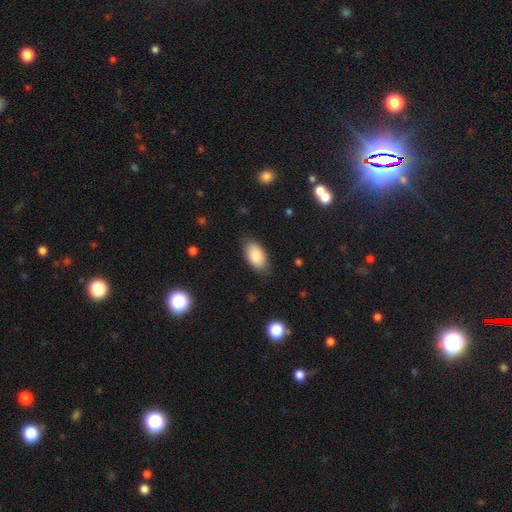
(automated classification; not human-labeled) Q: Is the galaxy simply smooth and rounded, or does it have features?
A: smooth — 87%.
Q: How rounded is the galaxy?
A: in between — 94%.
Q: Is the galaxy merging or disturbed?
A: none — 79%.